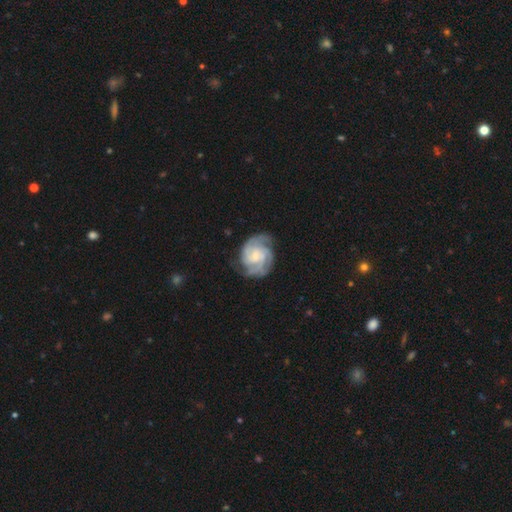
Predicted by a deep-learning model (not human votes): This is clearly a featured or disk galaxy (87%). It is clearly not viewed edge-on (98%). Bar: likely no (60%). Spiral arm pattern: clearly yes (98%). Spiral arm count: marginally 3 (35%). Spiral winding: likely tight (61%). Central bulge: possibly small (50%). Merging: likely none (73%).